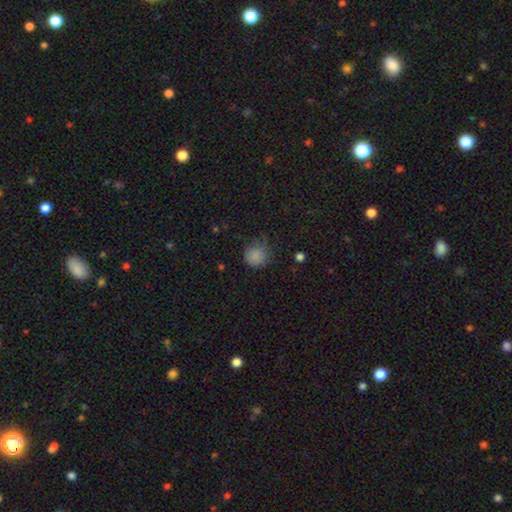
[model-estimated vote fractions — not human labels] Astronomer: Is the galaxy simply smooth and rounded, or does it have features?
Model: smooth — 83%.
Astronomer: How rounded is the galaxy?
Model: round — 86%.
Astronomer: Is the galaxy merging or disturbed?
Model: none — 58%.